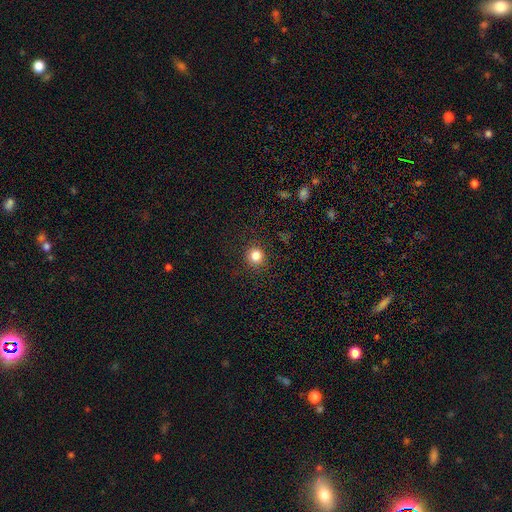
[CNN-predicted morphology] type=smooth (83%); roundness=round (93%); merging=none (90%).